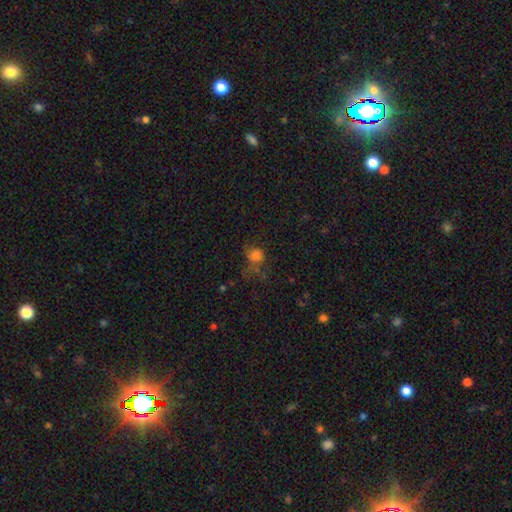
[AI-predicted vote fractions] The model was most divided on "merging": none: 41%, major disturbance: 29%, minor disturbance: 21%, merger: 9%. More confident: how rounded — round (70%); smooth or featured — smooth (70%).